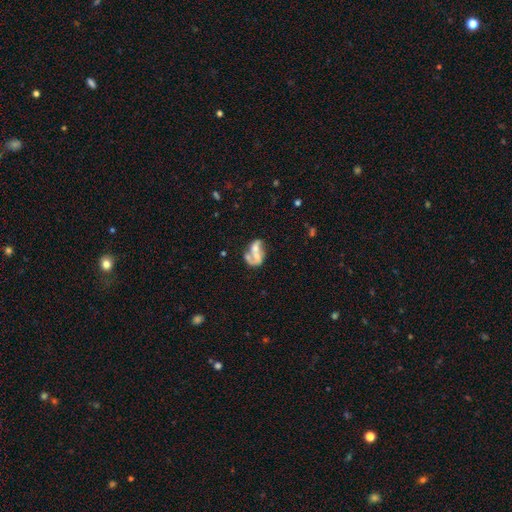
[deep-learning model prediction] Overall: featured or disk (61%; smooth 30%). Edge-on disk: no (97%). Bar: no (72%). Spiral arms: yes (52%; no 48%). Bulge size: moderate (47%; small 27%). Merging: merger (60%).